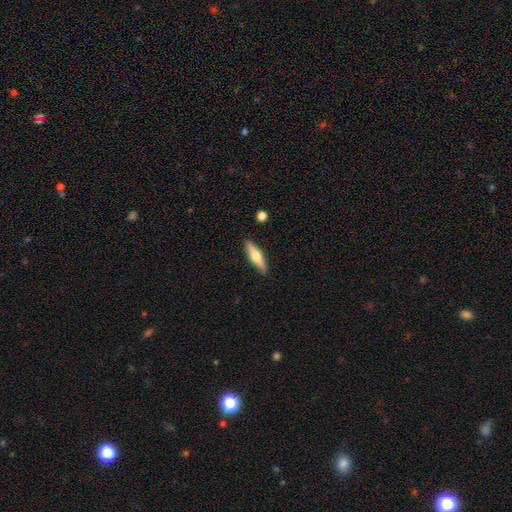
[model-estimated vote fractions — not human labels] smooth_or_featured: featured or disk (p=0.49) [alt: smooth p=0.45]
merging: none (p=0.88) [alt: minor disturbance p=0.08]